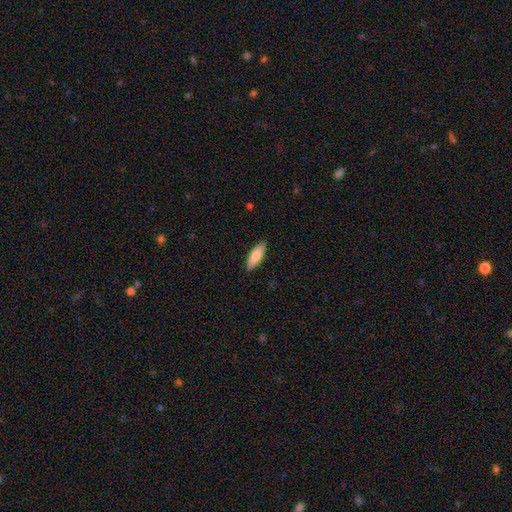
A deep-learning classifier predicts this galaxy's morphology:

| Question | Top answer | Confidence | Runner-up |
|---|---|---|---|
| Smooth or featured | smooth | 81% | featured or disk (14%) |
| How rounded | in between | 53% | cigar-shaped (46%) |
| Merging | none | 89% | minor disturbance (8%) |